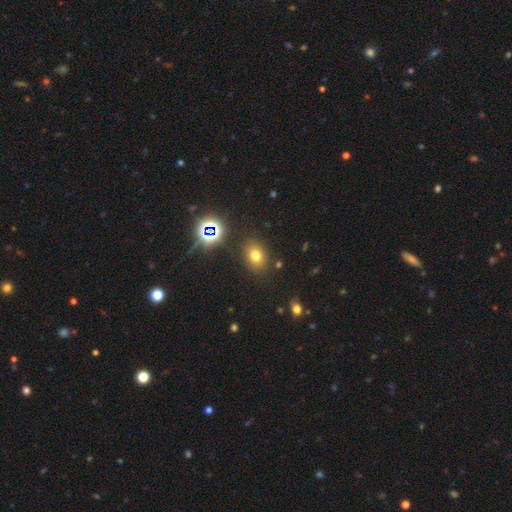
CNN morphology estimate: Smooth or featured? smooth (68%)
How rounded? in between (61%)
Merging? none (85%)